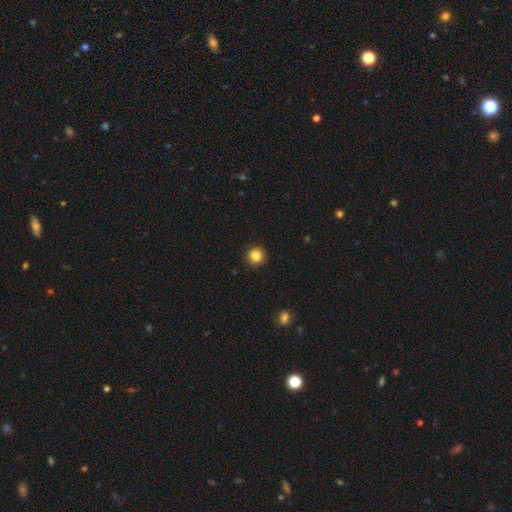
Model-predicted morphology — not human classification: A smooth galaxy with no disk features (86%) that is round (94%).

Vote fractions:
- Smooth or featured? smooth: 86% / star or artifact: 10% / featured or disk: 4%
- How rounded? round: 94% / in between: 5% / cigar-shaped: 1%
- Merging? none: 93% / minor disturbance: 5% / major disturbance: 2% / merger: 1%